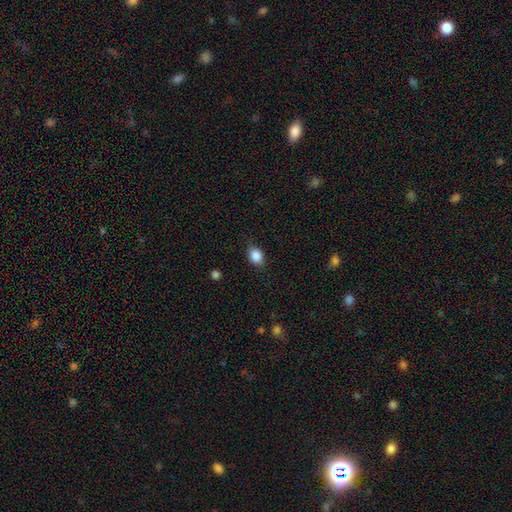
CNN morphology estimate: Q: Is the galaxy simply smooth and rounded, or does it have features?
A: smooth — 87%.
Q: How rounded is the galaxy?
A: in between — 63%.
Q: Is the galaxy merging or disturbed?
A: none — 82%.